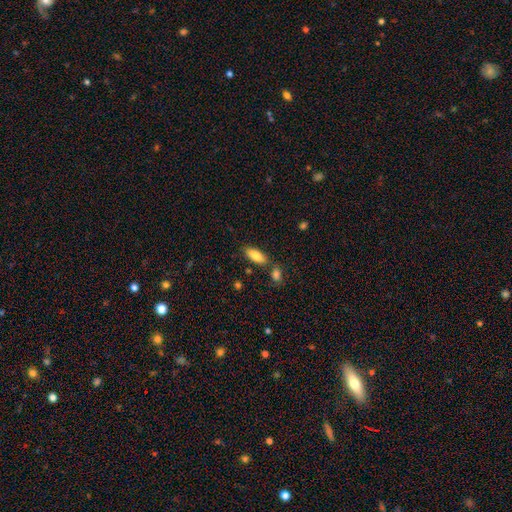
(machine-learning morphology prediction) Smooth or featured?
  - smooth: 84% *
  - featured or disk: 10%
  - star or artifact: 6%
How rounded?
  - in between: 77% *
  - cigar-shaped: 21%
  - round: 2%
Merging?
  - none: 75% *
  - minor disturbance: 11%
  - merger: 11%
  - major disturbance: 3%